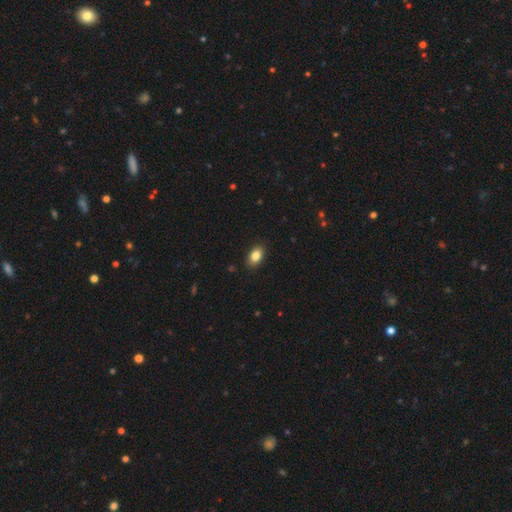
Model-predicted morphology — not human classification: smooth 85%, star or artifact 8%, featured or disk 7%. Down the decision tree: how rounded — in between (89%); merging — none (88%).